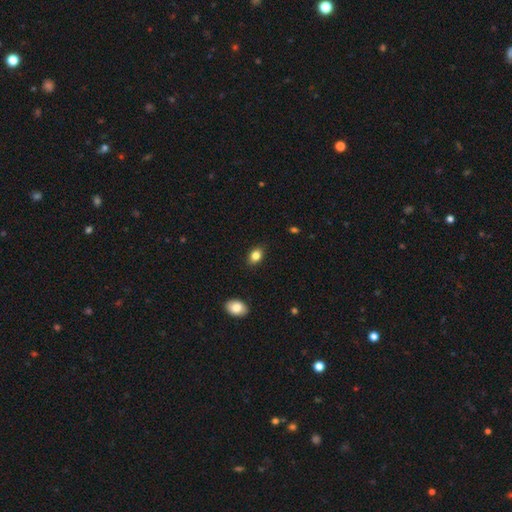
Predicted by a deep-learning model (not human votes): This appears to be a smooth galaxy with no disk features (83%) that is in between round and cigar-shaped (77%). Merging: none (87%).